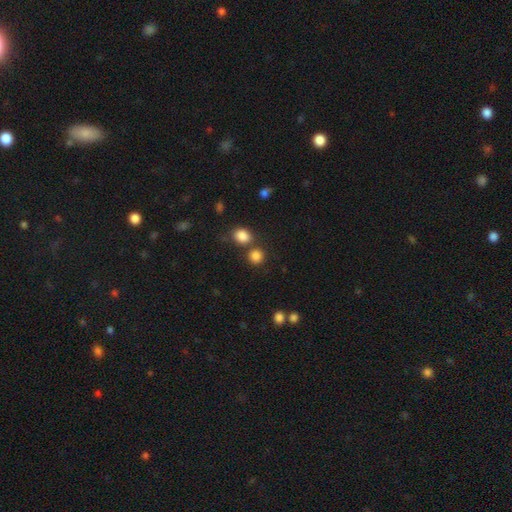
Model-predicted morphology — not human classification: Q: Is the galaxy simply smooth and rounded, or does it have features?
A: smooth — 84%.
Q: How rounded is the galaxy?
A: round — 84%.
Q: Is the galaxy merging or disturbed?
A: none — 66%.